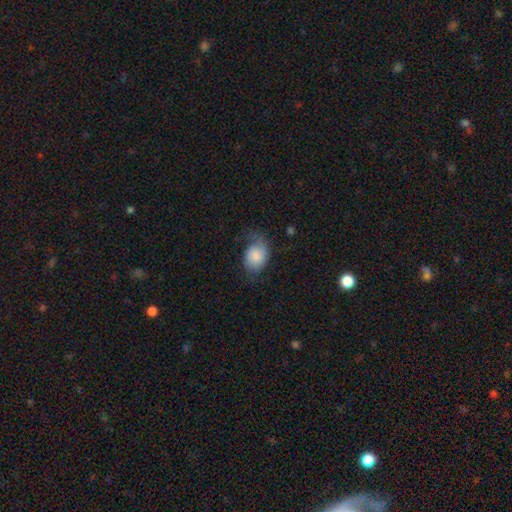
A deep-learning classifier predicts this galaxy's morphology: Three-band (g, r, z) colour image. It shows a smooth galaxy with no disk features (65%) that is in between round and cigar-shaped (66%). Merging: none (42%).